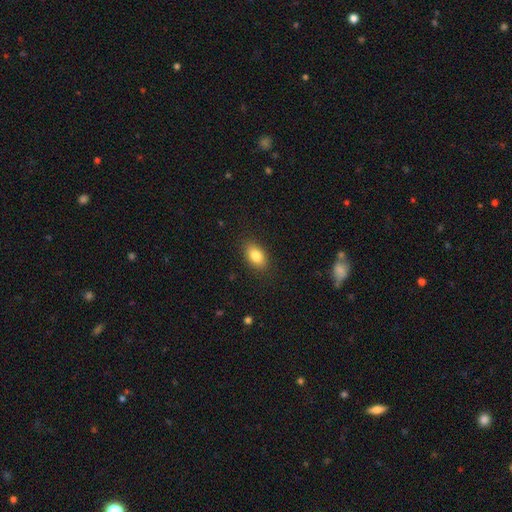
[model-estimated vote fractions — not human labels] smooth-or-featured: smooth: 84% | featured or disk: 9% | star or artifact: 8%
  how-rounded: in between: 89% | round: 8% | cigar-shaped: 3%
  merging: none: 87% | minor disturbance: 10% | major disturbance: 3% | merger: 1%